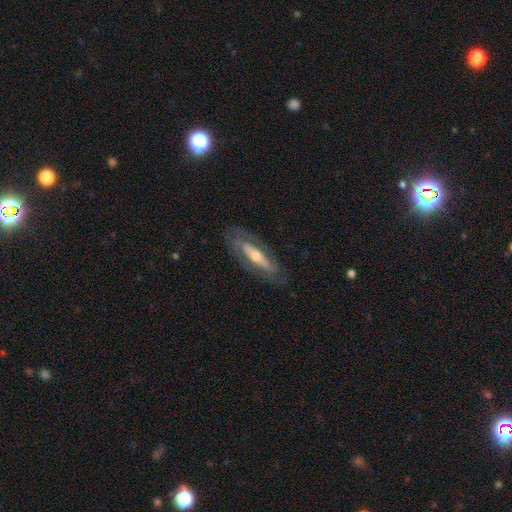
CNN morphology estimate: A featured or disk galaxy (72%). Merging: none (77%).